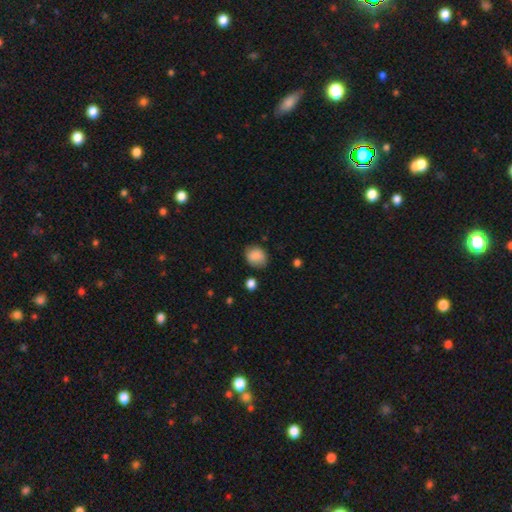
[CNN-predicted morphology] Overall: smooth (85%). How rounded: round (58%; in between 41%). Merging: none (73%).